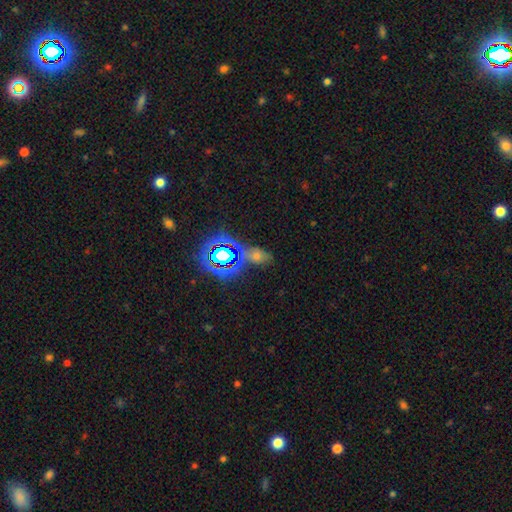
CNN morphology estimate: This is likely a star or artifact rather than a galaxy (60%).